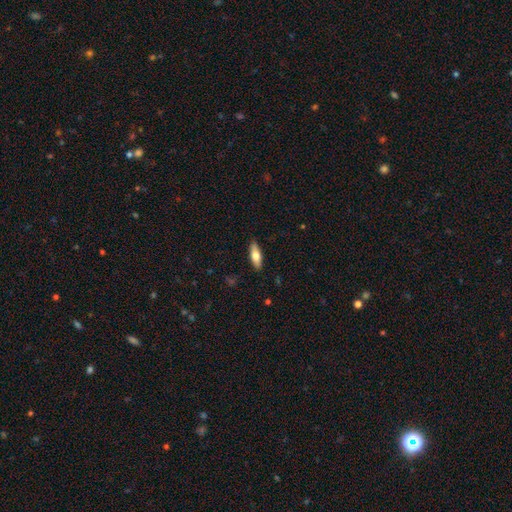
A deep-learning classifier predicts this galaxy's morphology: Smooth or featured?
  - smooth: 68% *
  - featured or disk: 27%
  - star or artifact: 6%
How rounded?
  - in between: 63% *
  - cigar-shaped: 35%
  - round: 2%
Merging?
  - none: 88% *
  - minor disturbance: 9%
  - major disturbance: 2%
  - merger: 1%